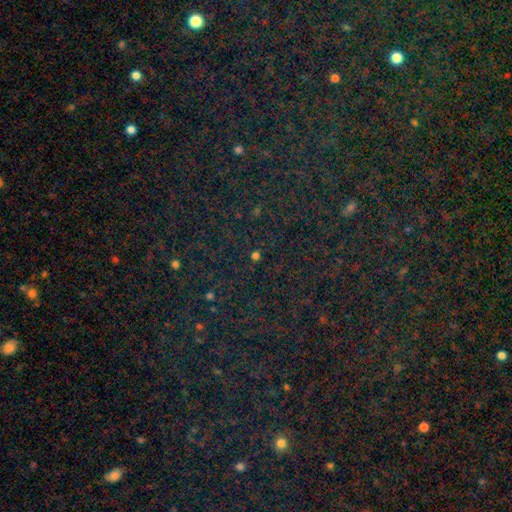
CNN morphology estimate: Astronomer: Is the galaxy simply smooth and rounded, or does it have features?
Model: star or artifact — 77%.